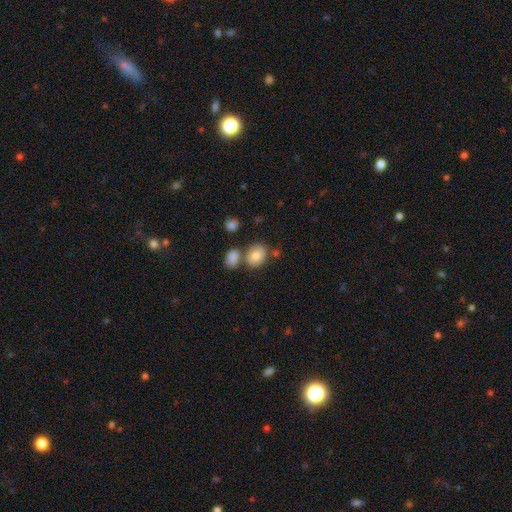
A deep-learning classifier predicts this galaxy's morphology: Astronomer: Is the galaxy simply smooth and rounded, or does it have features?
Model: smooth — 77%.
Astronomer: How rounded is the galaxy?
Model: in between — 53% (runner-up: round, 46%).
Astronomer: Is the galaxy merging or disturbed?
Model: none — 62%.